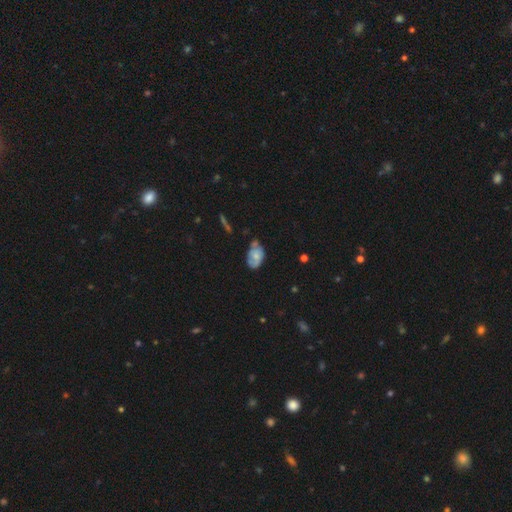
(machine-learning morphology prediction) This appears to be a smooth galaxy with no disk features (56%) that is in between round and cigar-shaped (88%). Merging: none (45%).